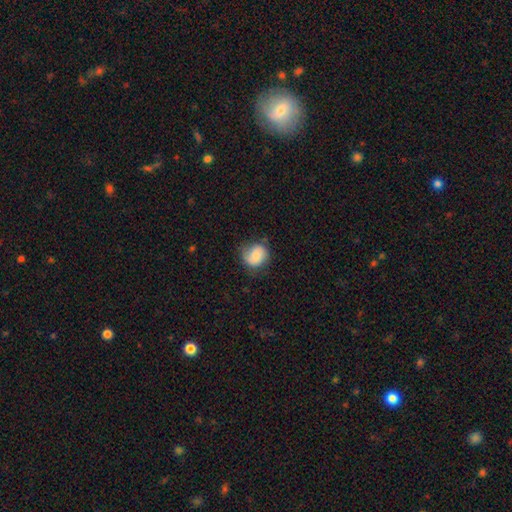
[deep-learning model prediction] A smooth galaxy with no disk features (70%) that is round (75%).

Vote fractions:
- Smooth or featured? smooth: 70% / featured or disk: 22% / star or artifact: 8%
- How rounded? round: 75% / in between: 25% / cigar-shaped: 1%
- Merging? none: 62% / minor disturbance: 27% / major disturbance: 9% / merger: 2%